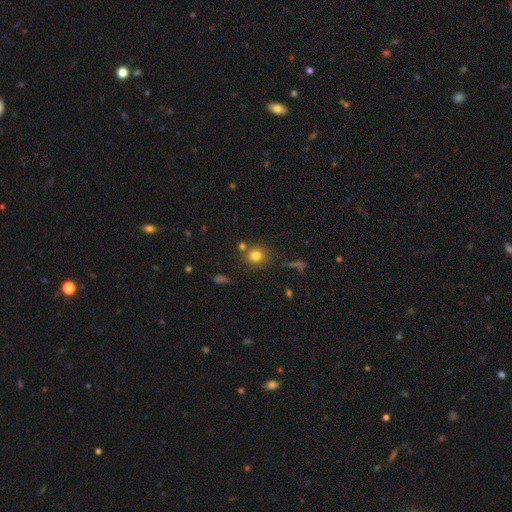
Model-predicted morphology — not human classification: smooth_or_featured: smooth (p=0.78) [alt: star or artifact p=0.13]
how_rounded: round (p=0.87) [alt: in between p=0.12]
merging: none (p=0.75) [alt: merger p=0.11]